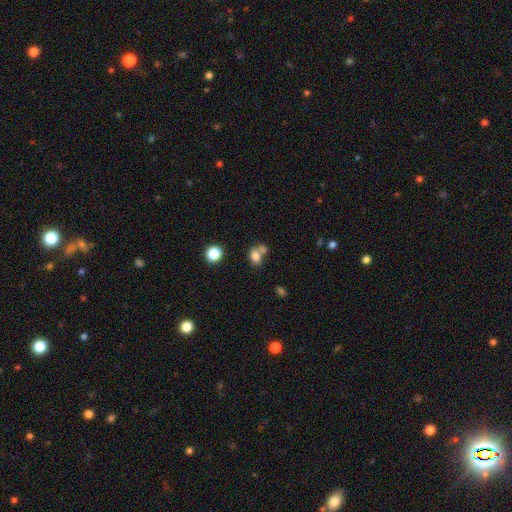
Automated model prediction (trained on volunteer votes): Morphology: type=smooth (77%); roundness=in between (66%); merging=merger (46%).